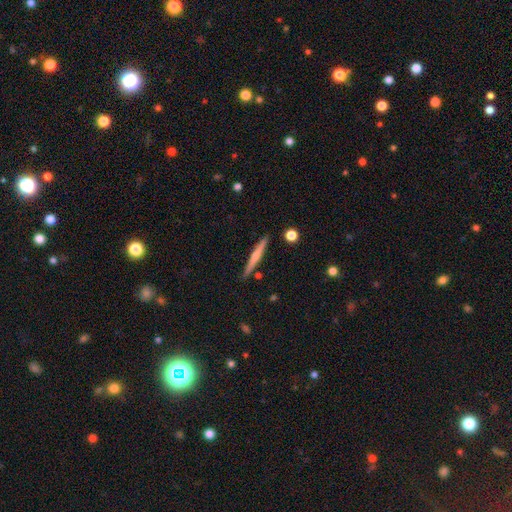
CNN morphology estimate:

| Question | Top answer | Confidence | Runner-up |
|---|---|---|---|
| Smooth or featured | featured or disk | 63% | smooth (31%) |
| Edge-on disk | yes | 98% | no (2%) |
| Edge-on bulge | rounded | 75% | none (20%) |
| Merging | none | 90% | minor disturbance (7%) |